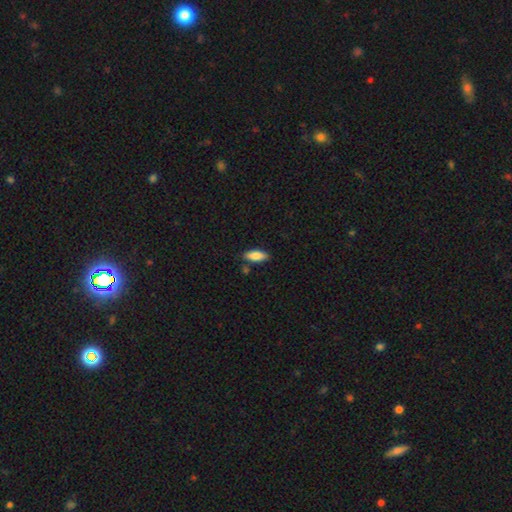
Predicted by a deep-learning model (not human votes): Morphology: type=smooth (81%); roundness=in between (78%); merging=none (81%).